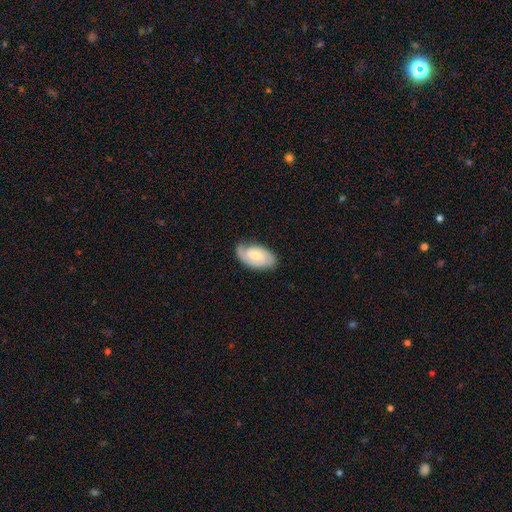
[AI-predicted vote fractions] Q: Smooth or featured?
A: featured or disk (81%); runner-up: smooth (14%)
Q: Edge-on disk?
A: no (96%); runner-up: yes (4%)
Q: Bar?
A: weak (55%); runner-up: no (25%)
Q: Spiral arms?
A: yes (96%); runner-up: no (4%)
Q: Spiral winding?
A: tight (54%); runner-up: medium (38%)
Q: Spiral arm count?
A: 2 (83%); runner-up: can't tell (7%)
Q: Bulge size?
A: moderate (50%); runner-up: small (41%)
Q: Merging?
A: none (79%); runner-up: minor disturbance (16%)